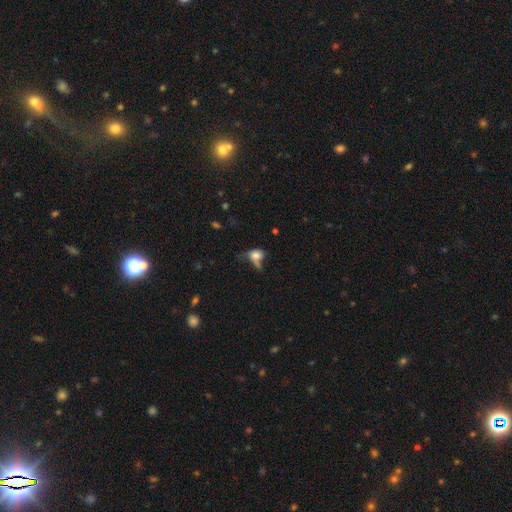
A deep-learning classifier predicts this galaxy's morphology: This appears to be a smooth galaxy with no disk features (65%) that is in between round and cigar-shaped (72%). Merging: major disturbance (32%).